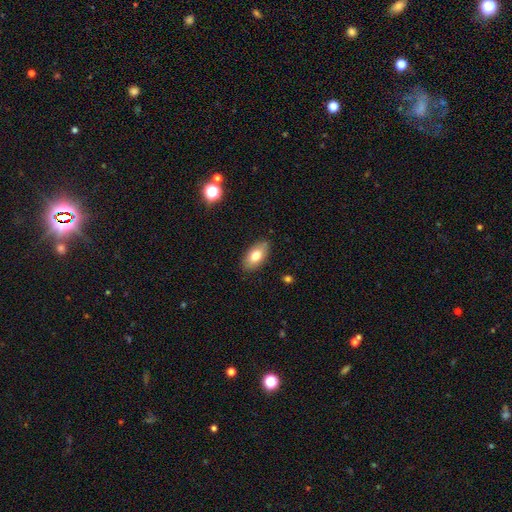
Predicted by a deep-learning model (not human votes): A smooth galaxy with no disk features (76%) that is in between round and cigar-shaped (91%). Merging: none (86%).